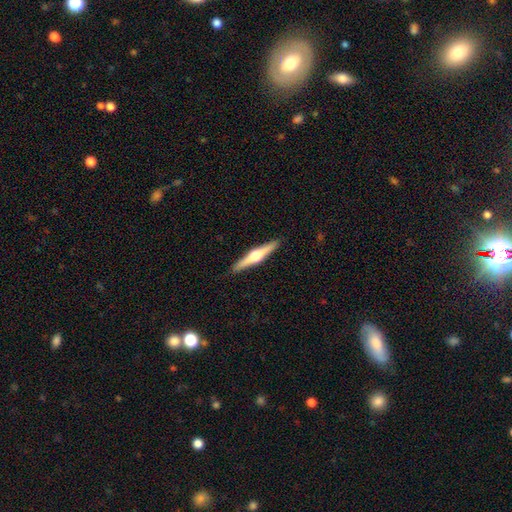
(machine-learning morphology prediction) smooth-or-featured: featured or disk: 71% | smooth: 24% | star or artifact: 5%
  disk-edge-on: yes: 98% | no: 2%
    edge-on-bulge: rounded: 95% | boxy: 3% | none: 2%
  merging: none: 92% | minor disturbance: 6% | major disturbance: 1% | merger: 1%